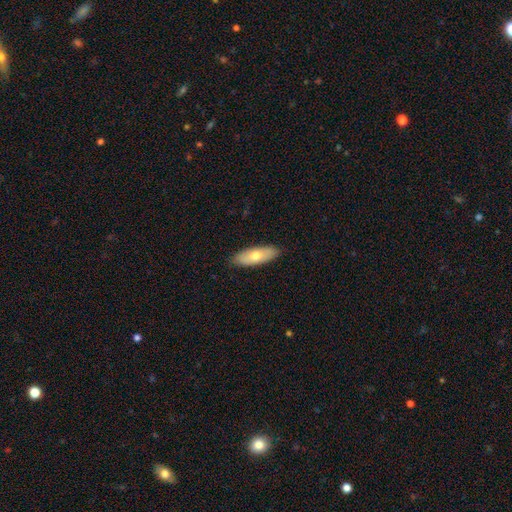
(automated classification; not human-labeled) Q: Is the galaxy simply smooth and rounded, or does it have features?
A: smooth — 65%.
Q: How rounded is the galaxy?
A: in between — 70%.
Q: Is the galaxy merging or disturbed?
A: none — 87%.